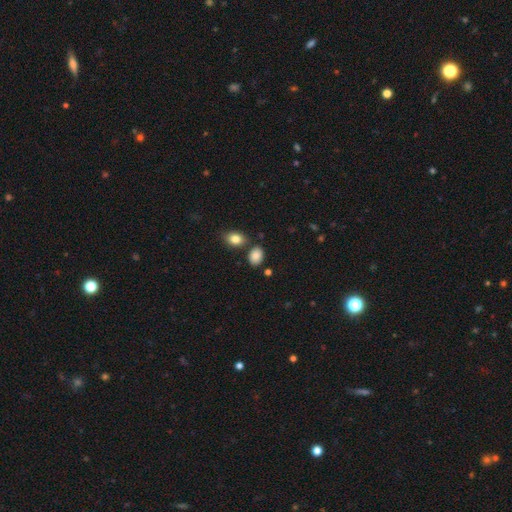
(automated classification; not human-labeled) This appears to be a smooth galaxy with no disk features (87%) that is in between round and cigar-shaped (81%). Merging: none (76%).